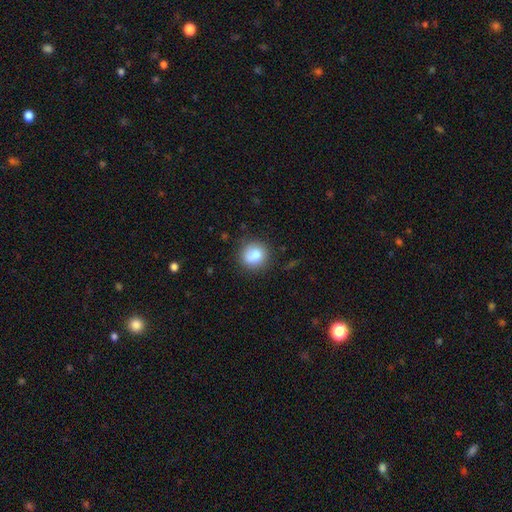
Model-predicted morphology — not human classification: Q: Smooth or featured?
A: smooth (82%); runner-up: featured or disk (9%)
Q: How rounded?
A: round (85%); runner-up: in between (14%)
Q: Merging?
A: none (77%); runner-up: minor disturbance (15%)